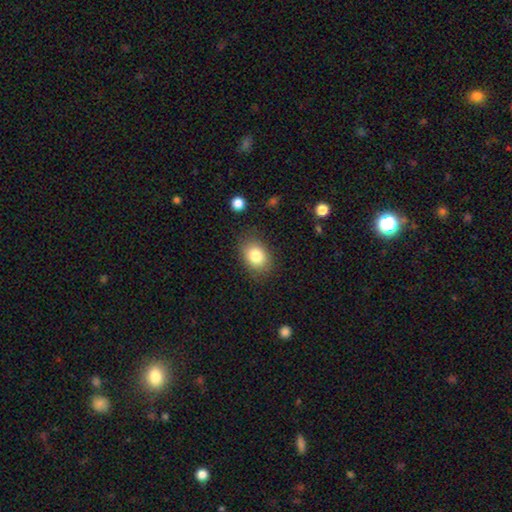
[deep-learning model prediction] Smooth or featured? smooth (82%)
How rounded? in between (63%)
Merging? none (81%)